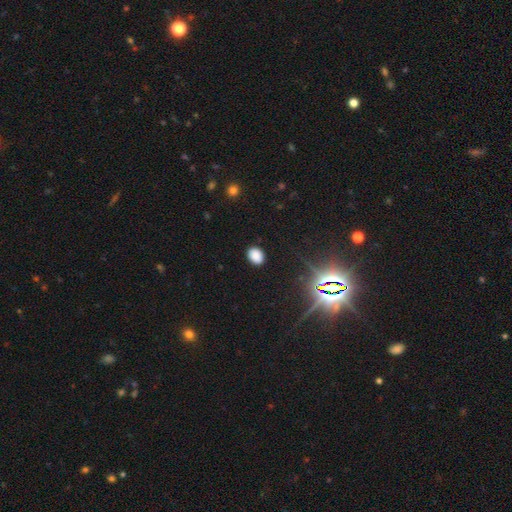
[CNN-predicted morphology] Smooth or featured? smooth (83%)
How rounded? in between (71%)
Merging? none (87%)